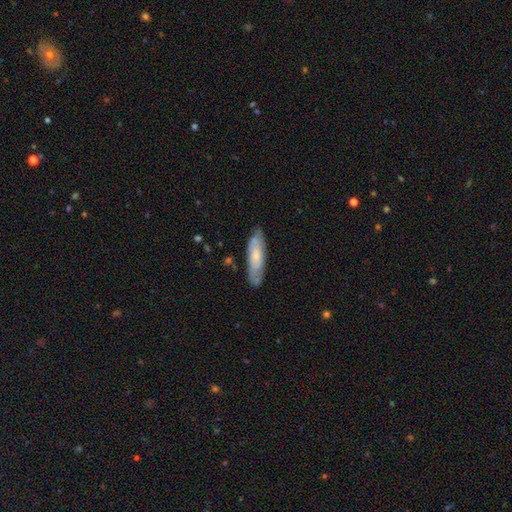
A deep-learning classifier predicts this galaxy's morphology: Q: Smooth or featured?
A: smooth (52%); runner-up: featured or disk (42%)
Q: How rounded?
A: cigar-shaped (63%); runner-up: in between (36%)
Q: Merging?
A: none (77%); runner-up: minor disturbance (18%)